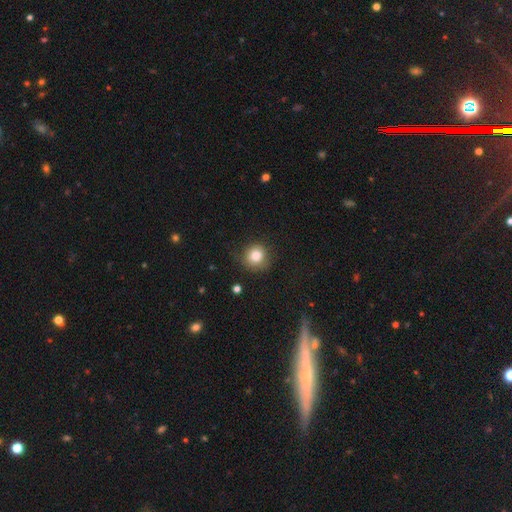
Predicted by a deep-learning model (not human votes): Q: Smooth or featured?
A: smooth (84%); runner-up: star or artifact (10%)
Q: How rounded?
A: round (89%); runner-up: in between (10%)
Q: Merging?
A: none (77%); runner-up: minor disturbance (16%)